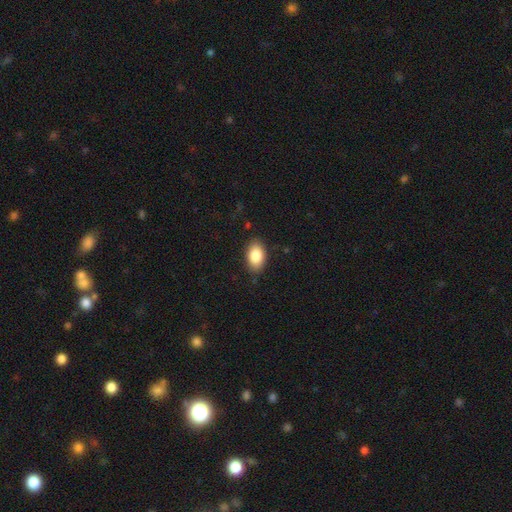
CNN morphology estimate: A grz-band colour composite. It shows a smooth galaxy with no disk features (85%) that is in between round and cigar-shaped (91%). Merging: none (86%).